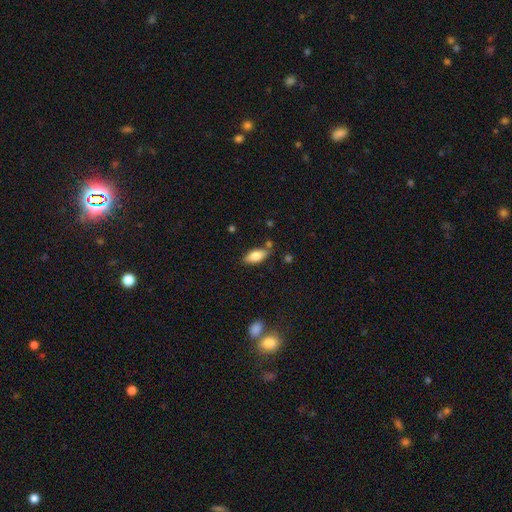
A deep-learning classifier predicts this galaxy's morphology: smooth 82%, featured or disk 11%, star or artifact 7%. Down the decision tree: how rounded — in between (87%); merging — none (75%).